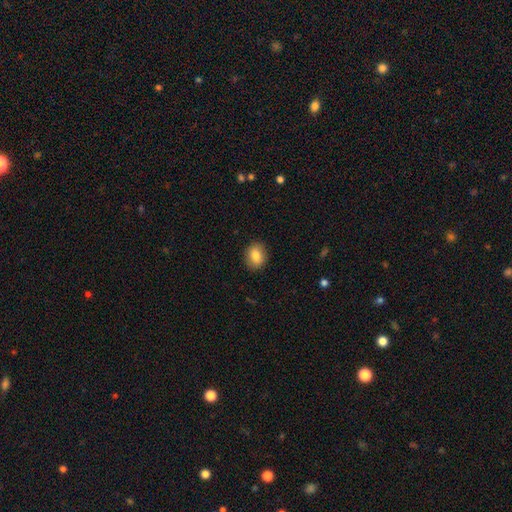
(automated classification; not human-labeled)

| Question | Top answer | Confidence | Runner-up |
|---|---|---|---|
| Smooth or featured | smooth | 82% | featured or disk (10%) |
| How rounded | round | 51% | in between (48%) |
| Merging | none | 88% | minor disturbance (9%) |